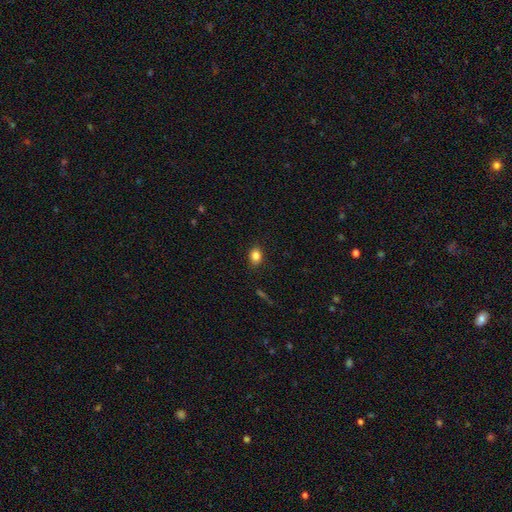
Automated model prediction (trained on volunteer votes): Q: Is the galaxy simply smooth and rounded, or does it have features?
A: smooth — 84%.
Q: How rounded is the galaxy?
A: in between — 65%.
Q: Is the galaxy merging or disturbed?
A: none — 86%.